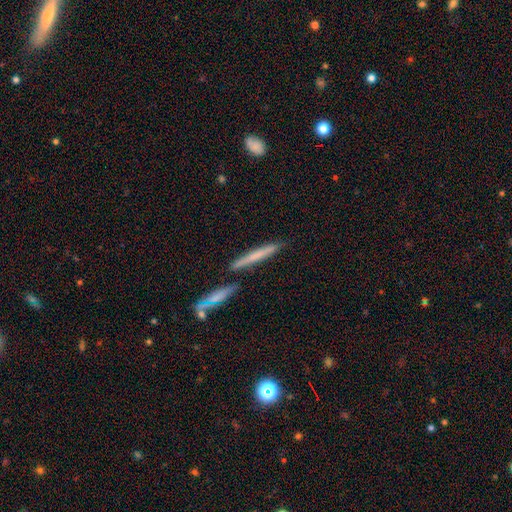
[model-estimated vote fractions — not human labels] The model was most divided on "smooth or featured": smooth: 58%, featured or disk: 35%, star or artifact: 7%. More confident: how rounded — cigar-shaped (94%); merging — none (70%).